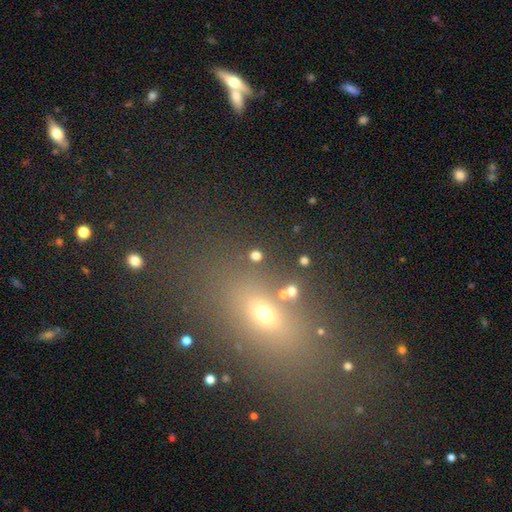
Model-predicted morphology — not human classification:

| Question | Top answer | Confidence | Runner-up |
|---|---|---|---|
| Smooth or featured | smooth | 72% | star or artifact (21%) |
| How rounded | round | 82% | in between (15%) |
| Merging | none | 84% | minor disturbance (6%) |